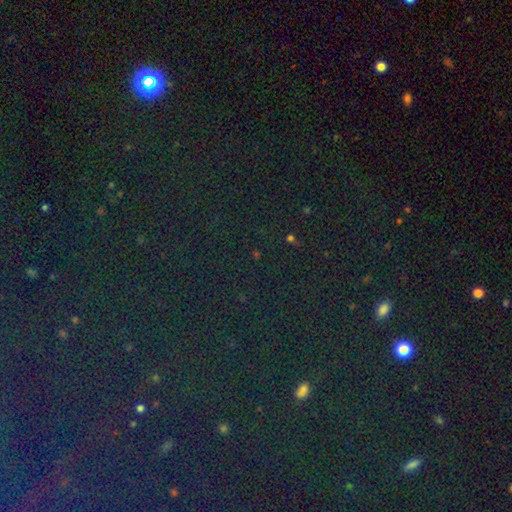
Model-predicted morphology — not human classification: smooth_or_featured: star or artifact (p=0.77) [alt: smooth p=0.14]